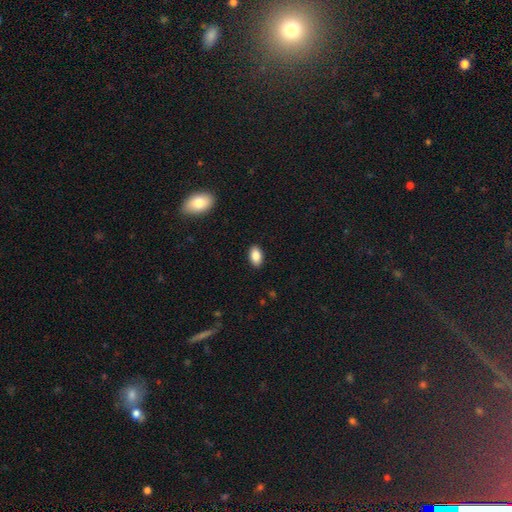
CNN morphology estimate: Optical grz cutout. It shows a smooth galaxy with no disk features (87%) that is in between round and cigar-shaped (92%). Merging: none (90%).